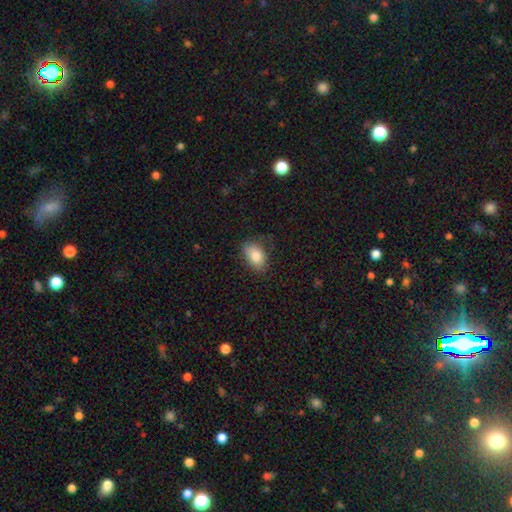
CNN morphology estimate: Smooth or featured: smooth — 83% (featured or disk — 9%)
How rounded: in between — 89% (round — 9%)
Merging: none — 73% (minor disturbance — 20%)